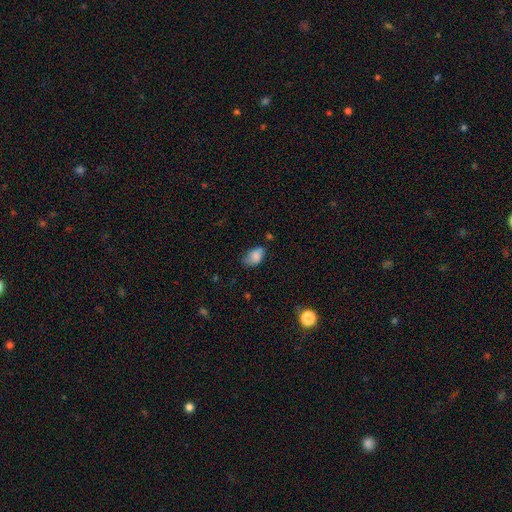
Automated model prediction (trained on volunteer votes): This is clearly a smooth galaxy (81%). How rounded: clearly in between (88%). Merging: possibly none (52%).